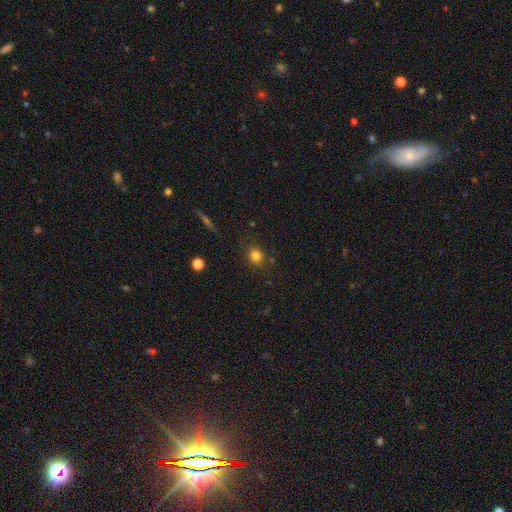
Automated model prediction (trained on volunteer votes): Smooth or featured? Predicted: smooth (p=0.80). How rounded? Predicted: round (p=0.79). Merging? Predicted: none (p=0.82).